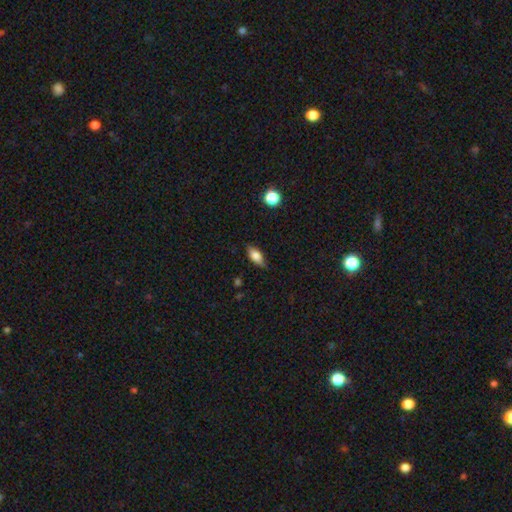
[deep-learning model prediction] The model was most divided on "smooth or featured": smooth: 70%, featured or disk: 22%, star or artifact: 8%. More confident: merging — none (82%); how rounded — in between (79%).